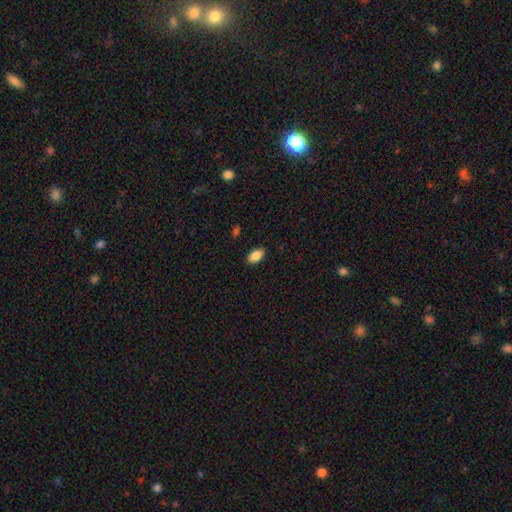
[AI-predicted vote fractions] smooth_or_featured: smooth (p=0.87) [alt: star or artifact p=0.07]
how_rounded: in between (p=0.93) [alt: cigar-shaped p=0.04]
merging: none (p=0.88) [alt: minor disturbance p=0.09]